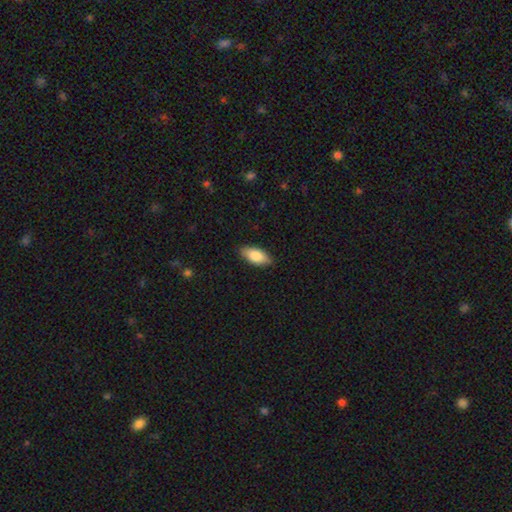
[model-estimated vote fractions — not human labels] smooth 84%, featured or disk 10%, star or artifact 6%. Down the decision tree: how rounded — in between (89%); merging — none (86%).